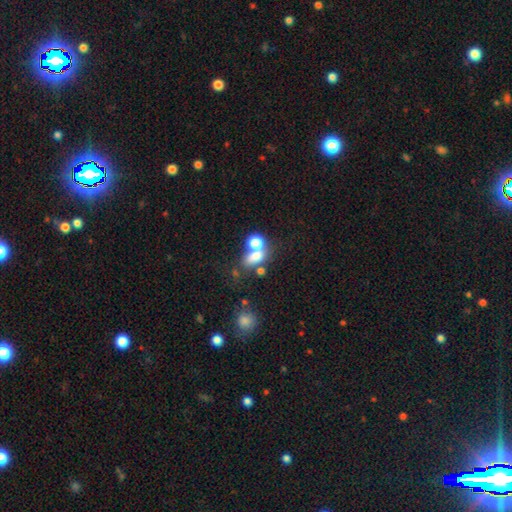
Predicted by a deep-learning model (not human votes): The model was most divided on "merging": merger: 45%, none: 38%, minor disturbance: 10%, major disturbance: 7%. More confident: smooth or featured — smooth (69%); how rounded — in between (66%).